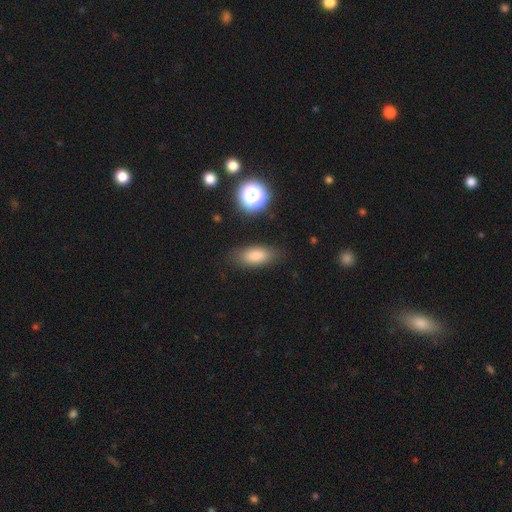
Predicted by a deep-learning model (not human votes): This is clearly a smooth galaxy (83%). How rounded: clearly in between (85%). Merging: clearly none (82%).